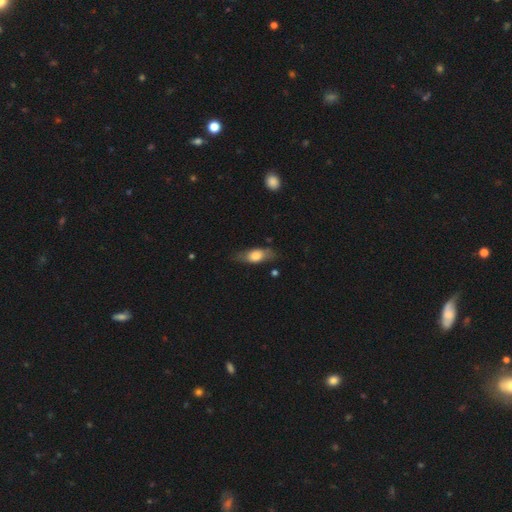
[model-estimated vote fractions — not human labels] Q: Smooth or featured?
A: smooth (64%); runner-up: featured or disk (30%)
Q: How rounded?
A: in between (72%); runner-up: cigar-shaped (23%)
Q: Merging?
A: none (73%); runner-up: minor disturbance (20%)